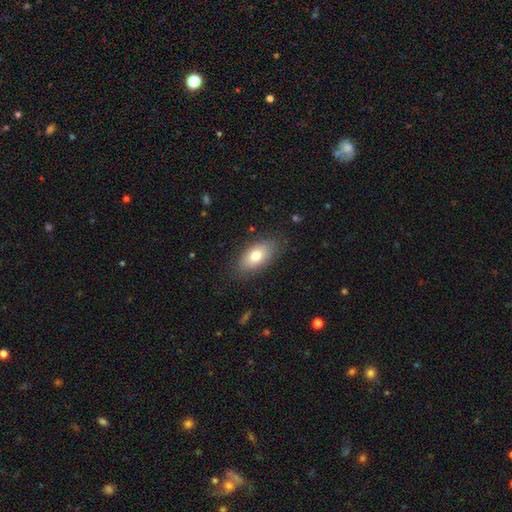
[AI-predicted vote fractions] A smooth galaxy with no disk features (76%) that is in between round and cigar-shaped (92%). Merging: none (82%).